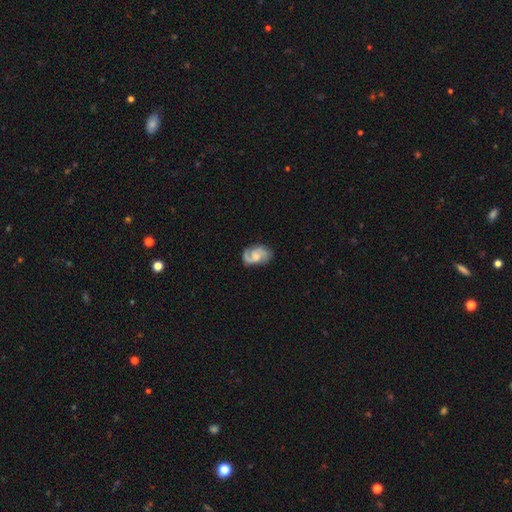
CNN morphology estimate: featured or disk 76%, smooth 18%, star or artifact 6%. Down the decision tree: edge-on disk — no (97%); bar — no (55%); spiral arms — yes (95%); spiral arm count — 2 (81%); spiral winding — medium (49%); bulge size — moderate (39%); merging — none (72%).